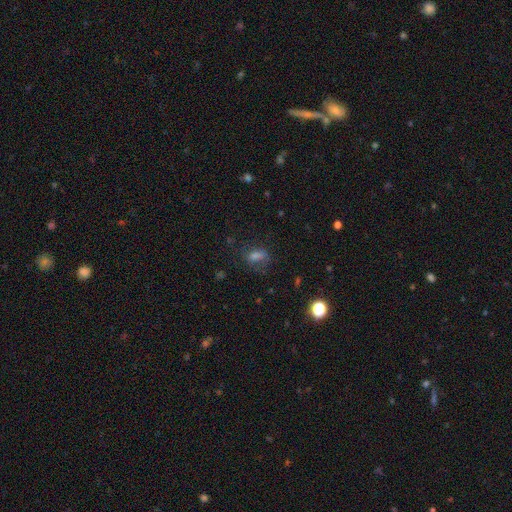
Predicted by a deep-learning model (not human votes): Smooth or featured: smooth — 57% (star or artifact — 26%)
How rounded: in between — 70% (round — 25%)
Merging: none — 63% (minor disturbance — 20%)